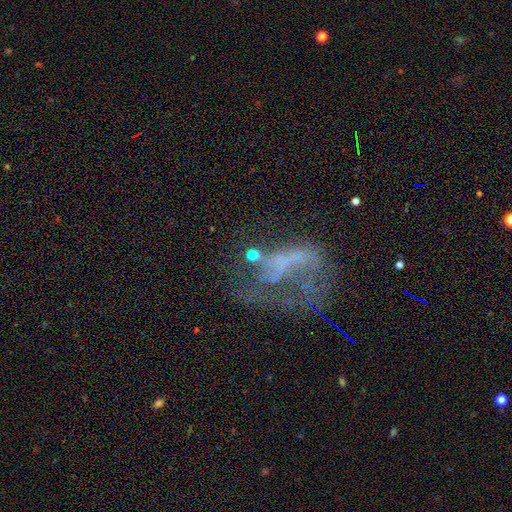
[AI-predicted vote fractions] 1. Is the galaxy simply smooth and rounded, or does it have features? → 55% featured or disk, 23% star or artifact, 22% smooth.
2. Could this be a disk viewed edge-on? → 95% no, 5% yes.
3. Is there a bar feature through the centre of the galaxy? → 78% no, 15% weak, 7% strong.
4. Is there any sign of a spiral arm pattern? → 75% no, 25% yes.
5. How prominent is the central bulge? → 76% none, 13% small, 7% moderate, 3% large, 2% dominant.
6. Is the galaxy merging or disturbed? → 47% major disturbance, 26% none, 13% minor disturbance, 13% merger.